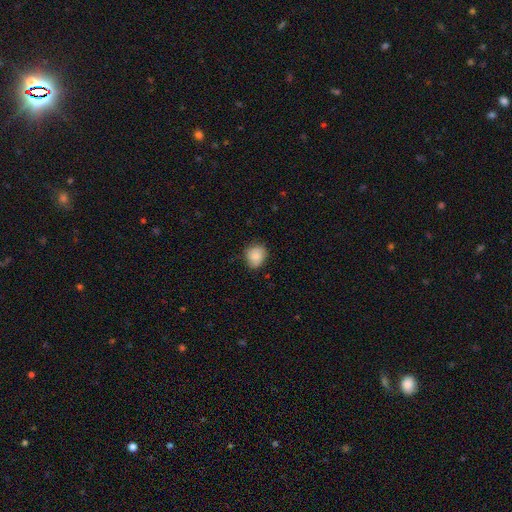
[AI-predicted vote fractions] The model was most divided on "how rounded": round: 73%, in between: 27%, cigar-shaped: 1%. More confident: smooth or featured — smooth (83%); merging — none (73%).